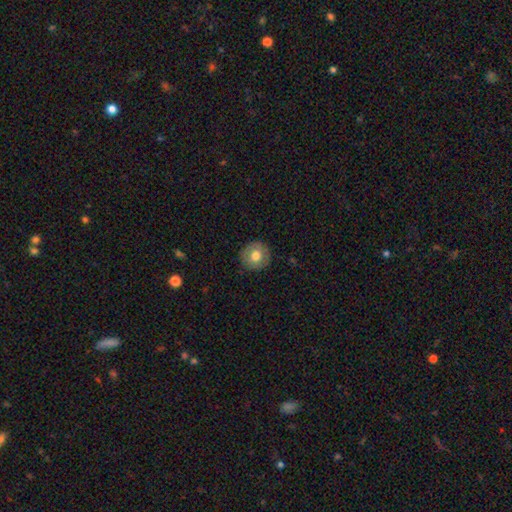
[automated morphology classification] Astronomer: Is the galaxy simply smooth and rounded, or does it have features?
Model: smooth — 71%.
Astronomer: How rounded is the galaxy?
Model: round — 93%.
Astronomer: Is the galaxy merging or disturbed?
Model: none — 88%.